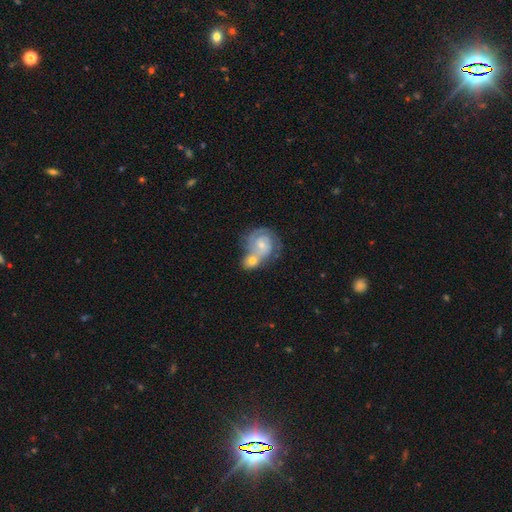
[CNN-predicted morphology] A featured or disk galaxy (69%) with no bar (65%), 2 (48%) tight (60%) spiral arms (87%) and a small central bulge (50%). Merging: merger (57%).